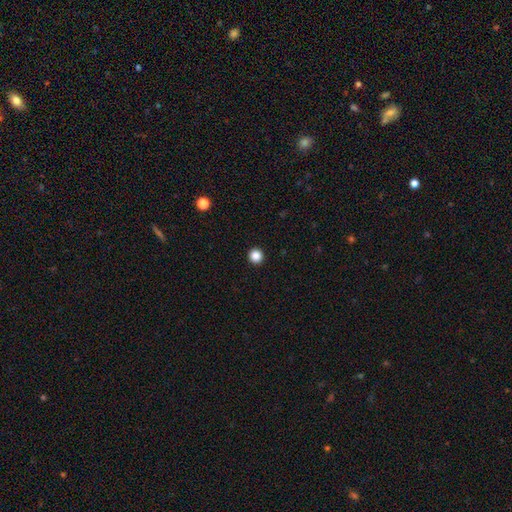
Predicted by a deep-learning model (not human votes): Overall: smooth (86%). How rounded: round (96%). Merging: none (94%).